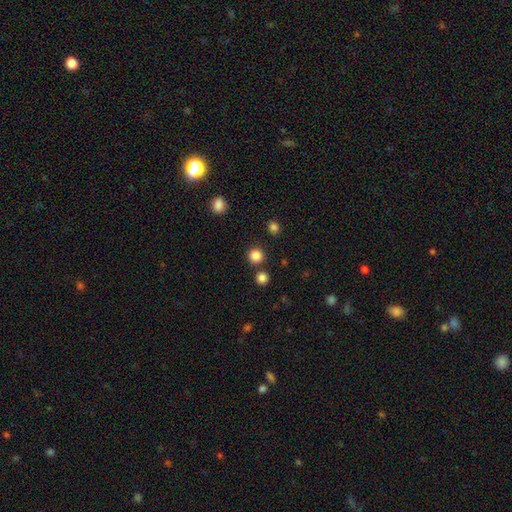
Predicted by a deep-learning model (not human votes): Smooth or featured? Predicted: smooth (p=0.84). How rounded? Predicted: round (p=0.94). Merging? Predicted: none (p=0.86).